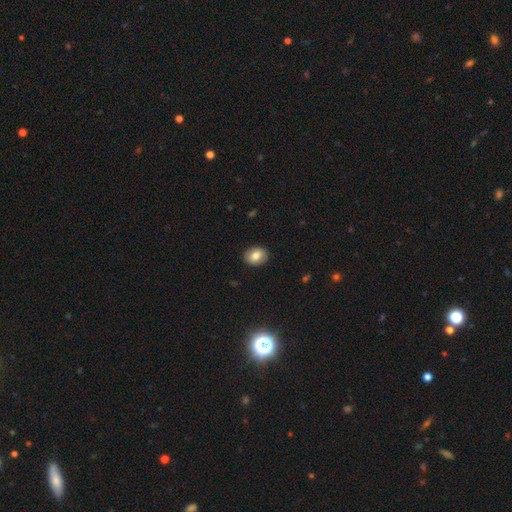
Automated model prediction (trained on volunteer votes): Overall: smooth (78%). How rounded: in between (53%; round 46%). Merging: none (89%).